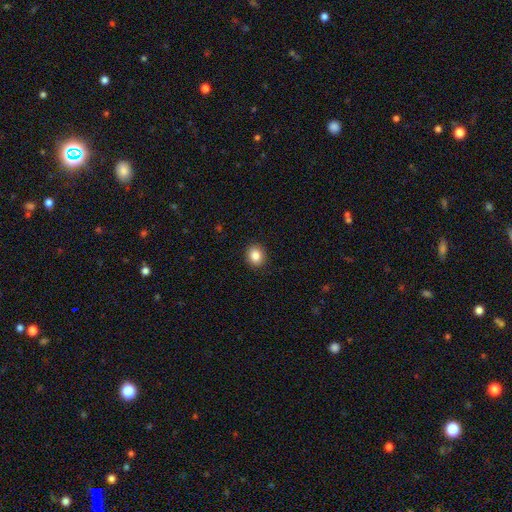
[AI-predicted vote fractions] Smooth or featured: smooth — 85% (star or artifact — 10%)
How rounded: round — 73% (in between — 26%)
Merging: none — 91% (minor disturbance — 6%)